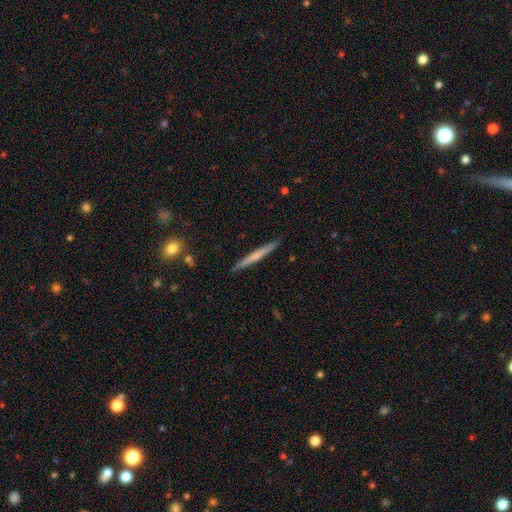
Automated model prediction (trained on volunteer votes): This is possibly a smooth galaxy (53%). How rounded: clearly cigar-shaped (97%). Merging: clearly none (91%).